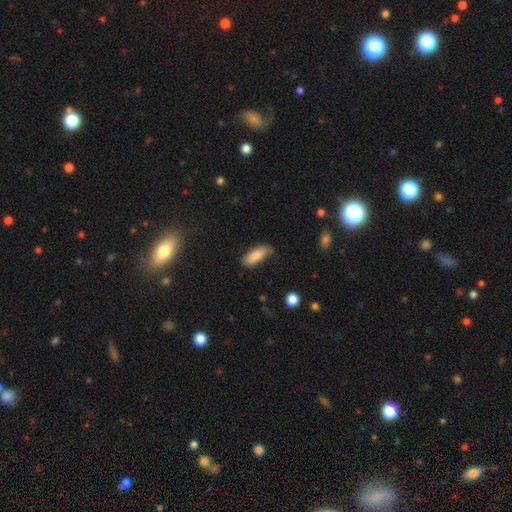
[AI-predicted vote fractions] Smooth or featured?
  - smooth: 84% *
  - featured or disk: 9%
  - star or artifact: 6%
How rounded?
  - in between: 71% *
  - cigar-shaped: 28%
  - round: 2%
Merging?
  - none: 71% *
  - minor disturbance: 23%
  - major disturbance: 4%
  - merger: 2%